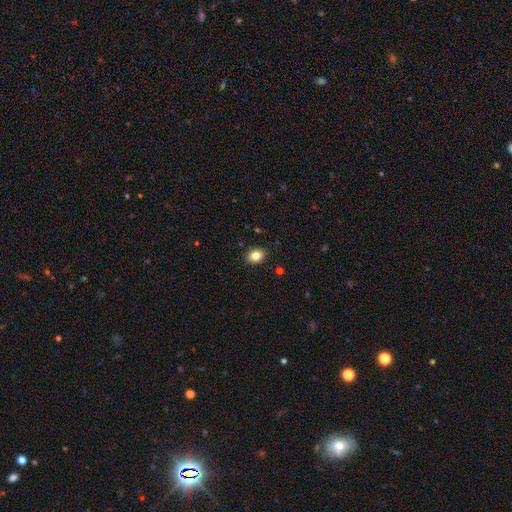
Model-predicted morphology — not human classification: A smooth galaxy with no disk features (84%) that is in between round and cigar-shaped (69%). Merging: none (89%).